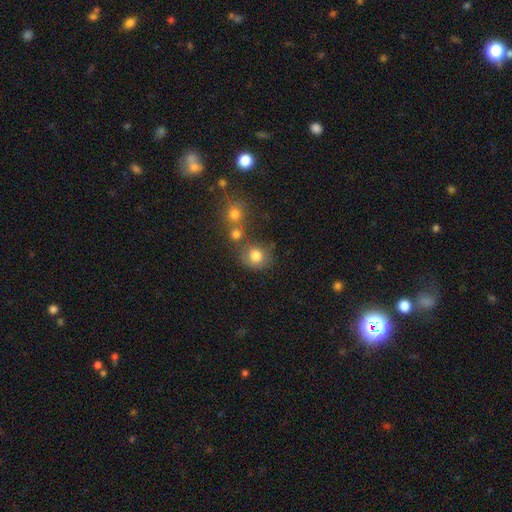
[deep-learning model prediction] Smooth or featured: smooth — 79% (star or artifact — 11%)
How rounded: round — 76% (in between — 23%)
Merging: none — 55% (merger — 23%)